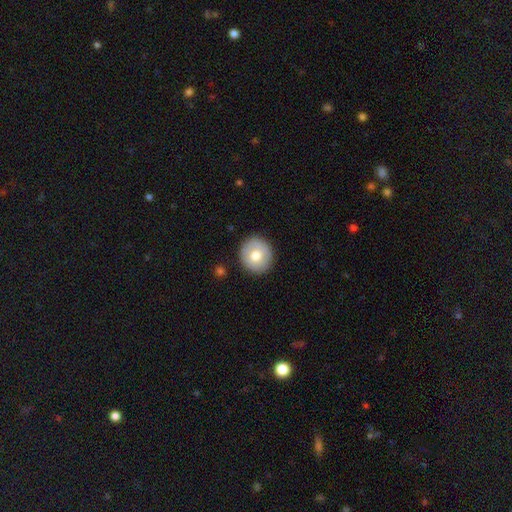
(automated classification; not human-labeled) A smooth galaxy with no disk features (73%) that is round (91%). Merging: none (89%).